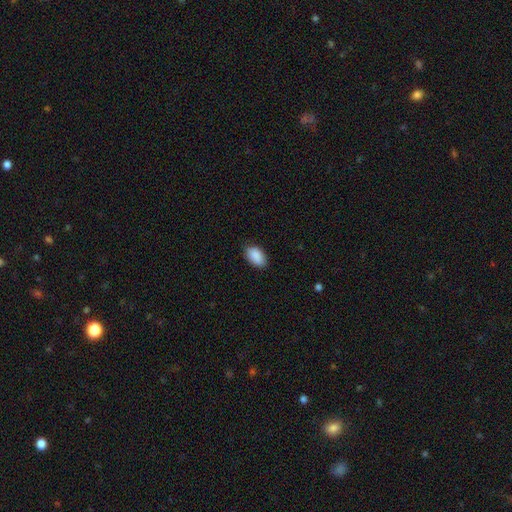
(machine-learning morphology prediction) smooth_or_featured: smooth (p=0.90) [alt: star or artifact p=0.06]
how_rounded: in between (p=0.94) [alt: round p=0.05]
merging: none (p=0.85) [alt: minor disturbance p=0.12]